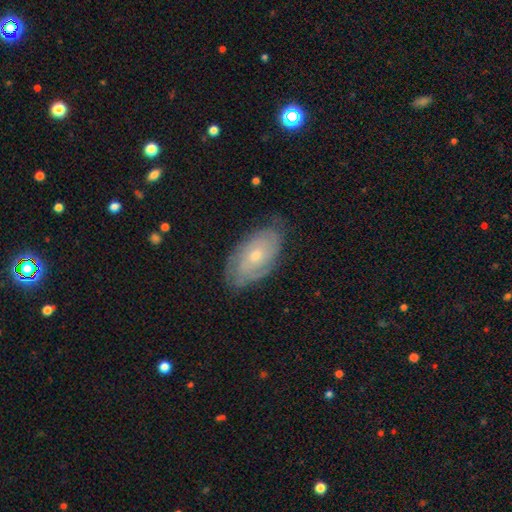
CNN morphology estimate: Smooth or featured?
  - featured or disk: 68% *
  - smooth: 25%
  - star or artifact: 7%
Edge-on disk?
  - no: 93% *
  - yes: 7%
Bar?
  - no: 77% *
  - weak: 19%
  - strong: 3%
Spiral arms?
  - yes: 86% *
  - no: 14%
Spiral winding?
  - tight: 70% *
  - medium: 23%
  - loose: 7%
Spiral arm count?
  - can't tell: 50% *
  - 2: 25%
  - 3: 11%
  - 4: 5%
  - 1: 4%
  - more than 4: 3%
Bulge size?
  - small: 57% *
  - moderate: 39%
  - large: 1%
  - none: 1%
  - dominant: 1%
Merging?
  - none: 72% *
  - minor disturbance: 21%
  - major disturbance: 5%
  - merger: 1%